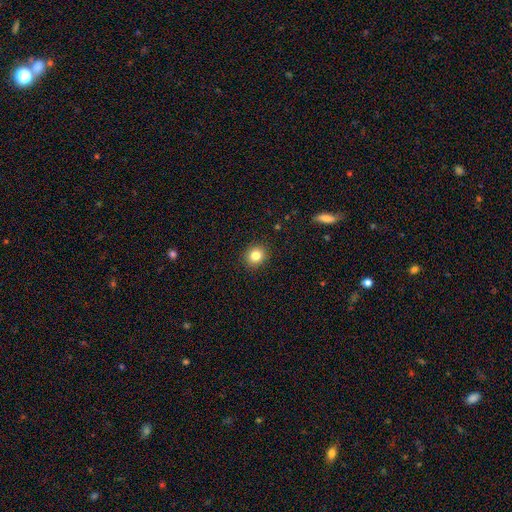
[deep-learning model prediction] This is clearly a smooth galaxy (83%). How rounded: clearly round (85%). Merging: clearly none (91%).